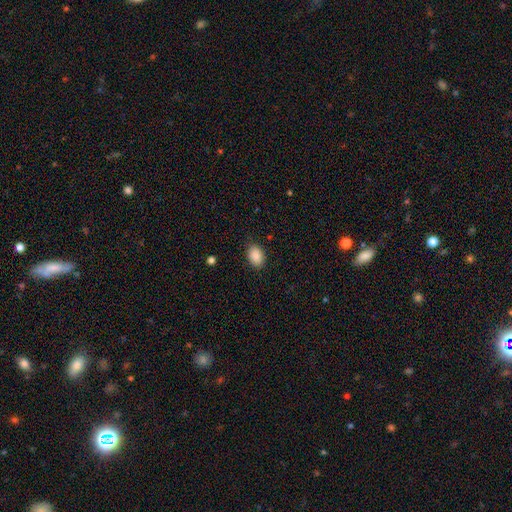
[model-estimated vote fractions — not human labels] smooth-or-featured: smooth: 88% | star or artifact: 8% | featured or disk: 4%
  how-rounded: in between: 82% | round: 17% | cigar-shaped: 1%
  merging: none: 86% | minor disturbance: 11% | major disturbance: 3% | merger: 1%